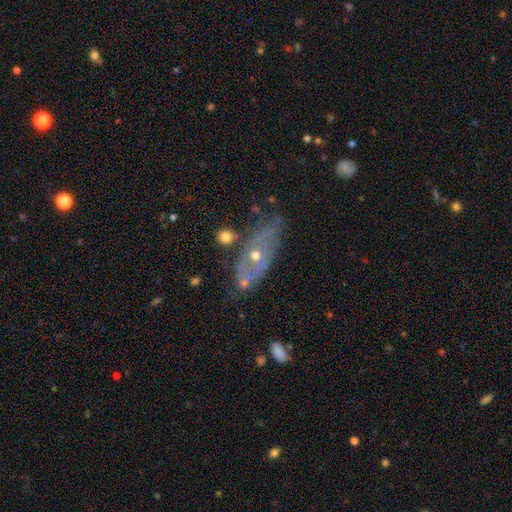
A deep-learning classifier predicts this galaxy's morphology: A featured or disk galaxy (66%) with no bar (86%), no spiral arms (62%) and a moderate central bulge (52%).

Vote fractions:
- Smooth or featured? featured or disk: 66% / smooth: 25% / star or artifact: 9%
- Edge-on disk? no: 77% / yes: 23%
- Bar? no: 86% / weak: 11% / strong: 3%
- Spiral arms? no: 62% / yes: 38%
- Bulge size? moderate: 52% / small: 43% / large: 2% / none: 2% / dominant: 1%
- Merging? none: 53% / minor disturbance: 26% / major disturbance: 13% / merger: 8%